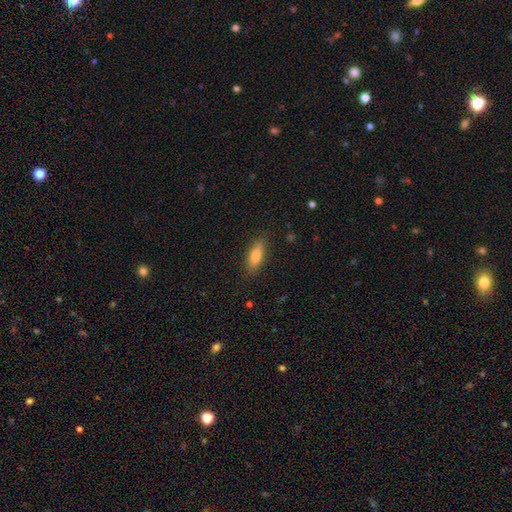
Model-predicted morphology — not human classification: This is likely a smooth galaxy (75%). How rounded: likely in between (63%). Merging: clearly none (84%).